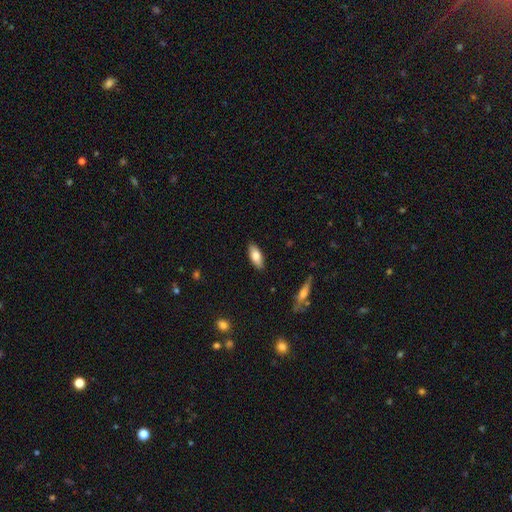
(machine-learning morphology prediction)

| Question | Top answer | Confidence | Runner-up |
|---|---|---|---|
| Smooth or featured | smooth | 77% | featured or disk (16%) |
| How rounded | in between | 81% | cigar-shaped (17%) |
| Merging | none | 87% | minor disturbance (10%) |